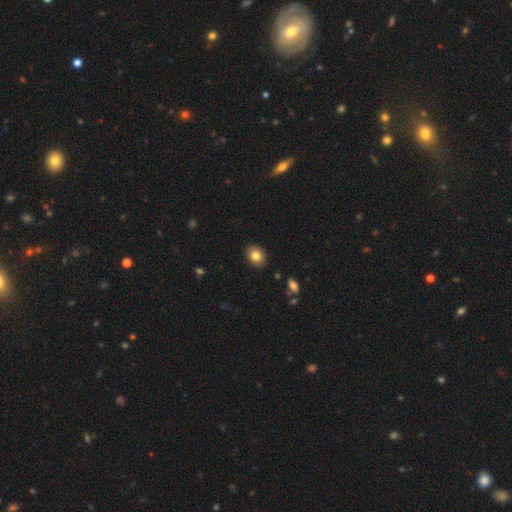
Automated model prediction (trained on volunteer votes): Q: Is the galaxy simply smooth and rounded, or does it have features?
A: smooth — 83%.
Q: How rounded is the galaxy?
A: in between — 56%.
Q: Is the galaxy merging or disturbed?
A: none — 89%.